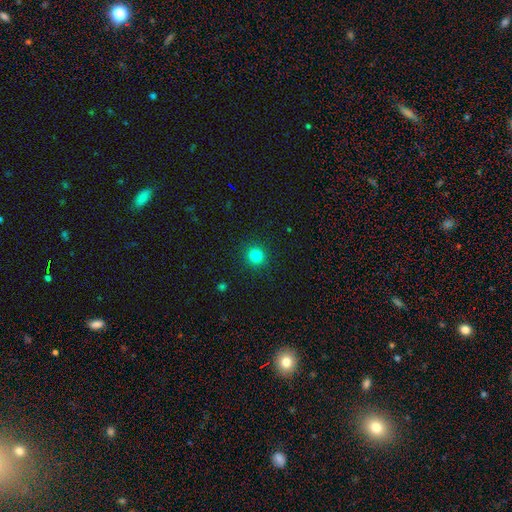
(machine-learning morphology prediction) Smooth or featured?
  - smooth: 82% *
  - star or artifact: 13%
  - featured or disk: 5%
How rounded?
  - round: 92% *
  - in between: 7%
  - cigar-shaped: 1%
Merging?
  - none: 92% *
  - minor disturbance: 5%
  - major disturbance: 2%
  - merger: 1%